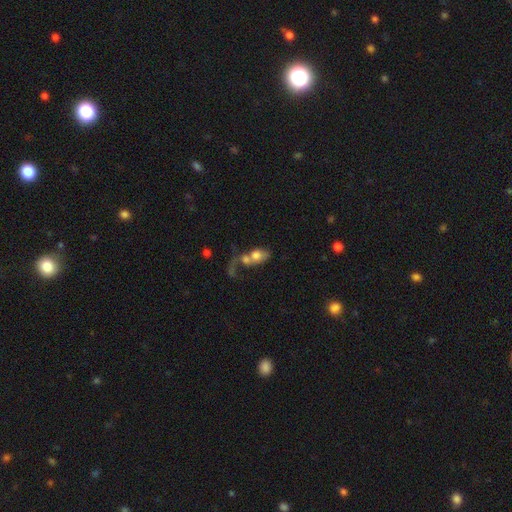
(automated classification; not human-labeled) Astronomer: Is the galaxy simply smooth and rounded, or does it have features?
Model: smooth — 61%.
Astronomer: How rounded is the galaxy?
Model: in between — 67%.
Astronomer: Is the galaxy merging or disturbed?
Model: merger — 63%.